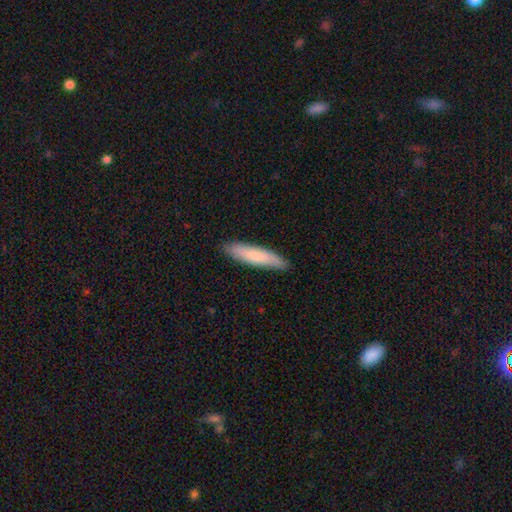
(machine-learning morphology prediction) smooth_or_featured: smooth (p=0.79) [alt: featured or disk p=0.16]
how_rounded: cigar-shaped (p=0.80) [alt: in between p=0.18]
merging: none (p=0.87) [alt: minor disturbance p=0.10]